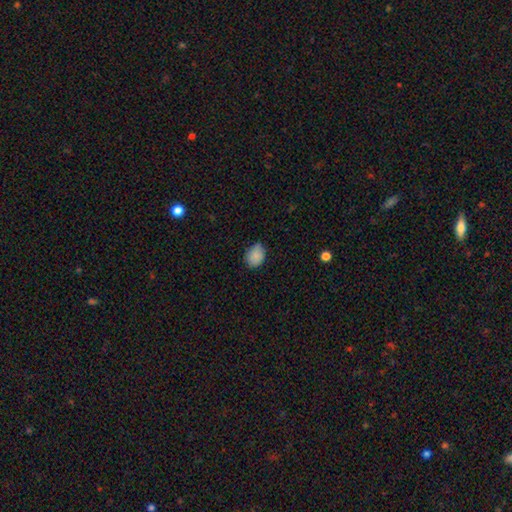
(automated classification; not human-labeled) Morphology: type=smooth (87%); roundness=in between (67%); merging=none (67%).